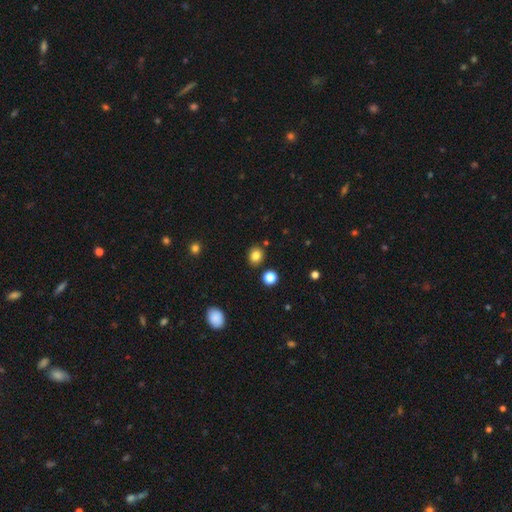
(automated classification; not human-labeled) Smooth or featured? Predicted: smooth (p=0.82). How rounded? Predicted: round (p=0.70). Merging? Predicted: none (p=0.85).